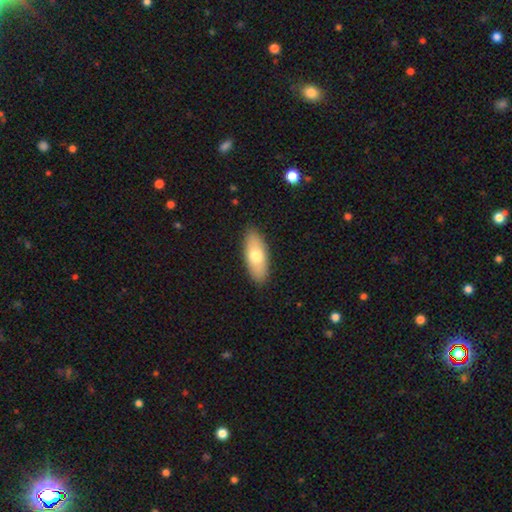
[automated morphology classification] This appears to be a smooth galaxy with no disk features (68%) that is in between round and cigar-shaped (79%). Merging: none (89%).